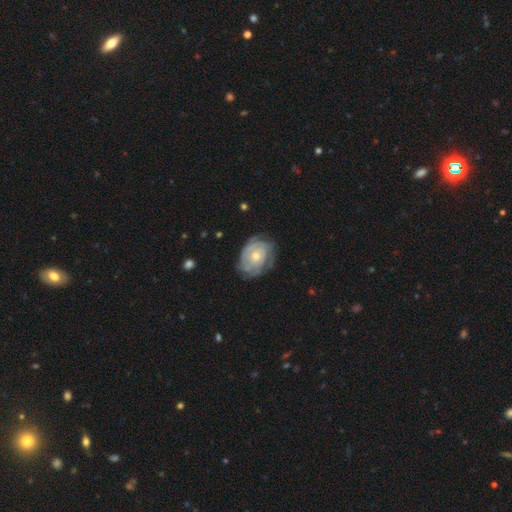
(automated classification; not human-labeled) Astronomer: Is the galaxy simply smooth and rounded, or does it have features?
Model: featured or disk — 76%.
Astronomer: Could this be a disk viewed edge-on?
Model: no — 97%.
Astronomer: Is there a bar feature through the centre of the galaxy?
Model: no — 82%.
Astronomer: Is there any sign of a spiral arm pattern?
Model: yes — 87%.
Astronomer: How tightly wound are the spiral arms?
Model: tight — 73%.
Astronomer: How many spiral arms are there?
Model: can't tell — 50%.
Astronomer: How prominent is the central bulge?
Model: moderate — 51% (runner-up: small, 43%).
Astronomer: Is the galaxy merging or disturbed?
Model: none — 68%.